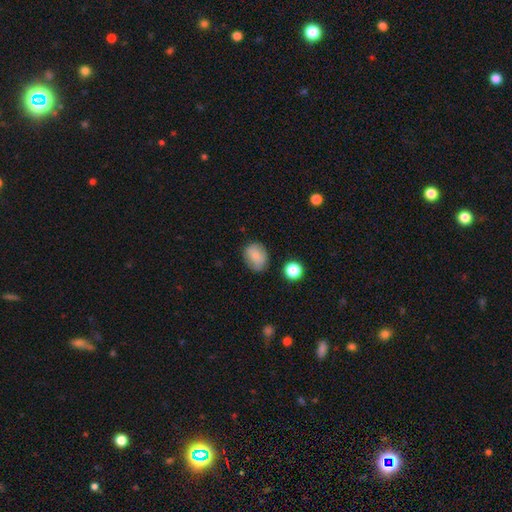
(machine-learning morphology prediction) A smooth galaxy with no disk features (76%) that is in between round and cigar-shaped (52%). Merging: none (73%).